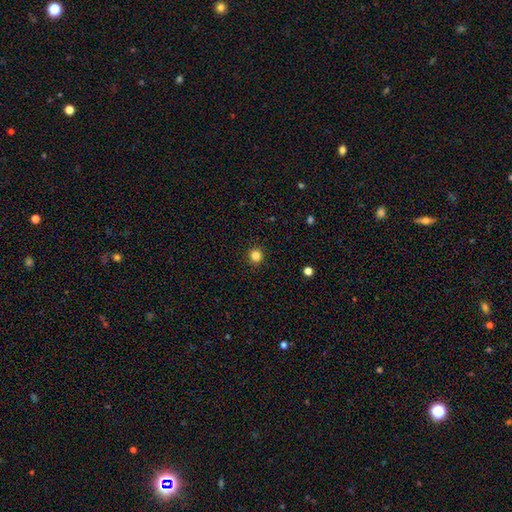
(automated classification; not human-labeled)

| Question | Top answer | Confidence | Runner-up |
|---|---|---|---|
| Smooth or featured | smooth | 83% | star or artifact (12%) |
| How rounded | round | 95% | in between (4%) |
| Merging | none | 93% | minor disturbance (4%) |